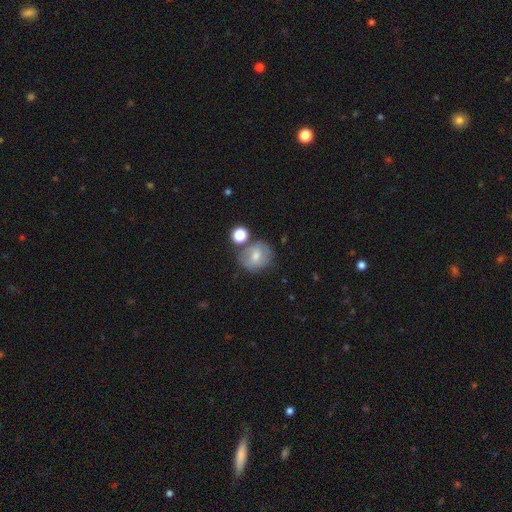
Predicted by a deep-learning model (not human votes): Smooth or featured?
  - smooth: 61% *
  - featured or disk: 27%
  - star or artifact: 11%
How rounded?
  - round: 81% *
  - in between: 18%
  - cigar-shaped: 1%
Merging?
  - none: 65% *
  - merger: 16%
  - minor disturbance: 15%
  - major disturbance: 5%